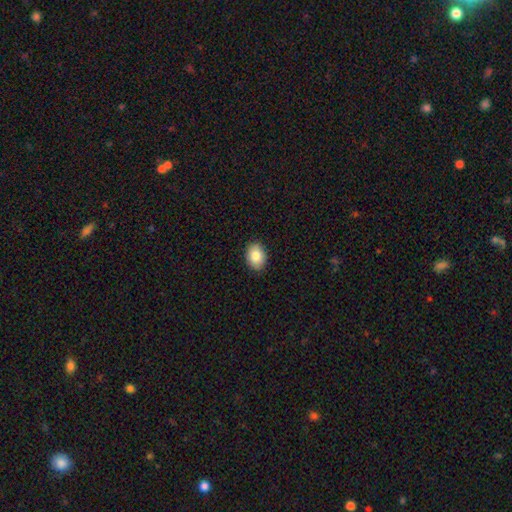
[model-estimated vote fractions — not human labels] Smooth or featured: smooth — 84% (star or artifact — 8%)
How rounded: in between — 73% (round — 26%)
Merging: none — 90% (minor disturbance — 7%)